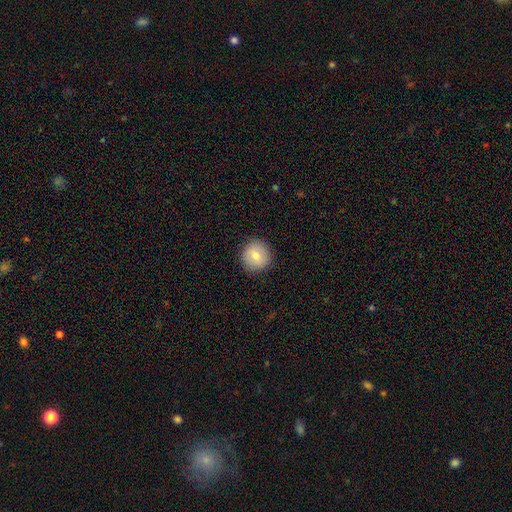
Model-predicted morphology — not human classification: Smooth or featured? smooth (77%)
How rounded? round (93%)
Merging? none (90%)